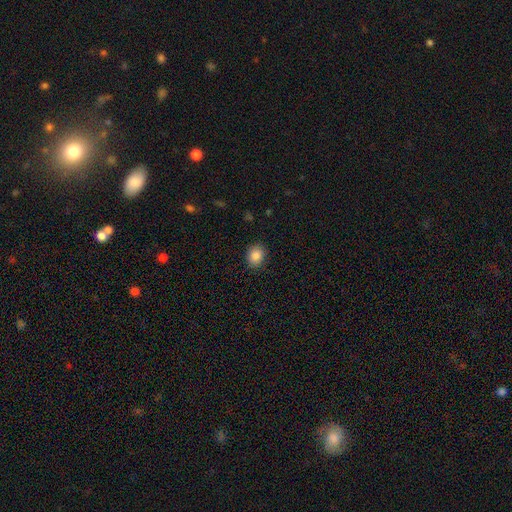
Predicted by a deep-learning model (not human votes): A smooth galaxy with no disk features (87%) that is round (59%).

Vote fractions:
- Smooth or featured? smooth: 87% / star or artifact: 9% / featured or disk: 4%
- How rounded? round: 59% / in between: 40% / cigar-shaped: 1%
- Merging? none: 87% / minor disturbance: 9% / major disturbance: 2% / merger: 1%